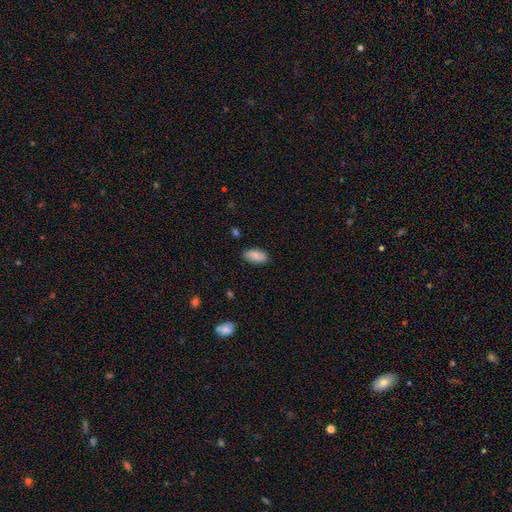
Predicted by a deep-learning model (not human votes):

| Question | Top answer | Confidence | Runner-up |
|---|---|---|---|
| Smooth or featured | smooth | 86% | featured or disk (7%) |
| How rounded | in between | 93% | cigar-shaped (5%) |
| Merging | none | 84% | minor disturbance (13%) |